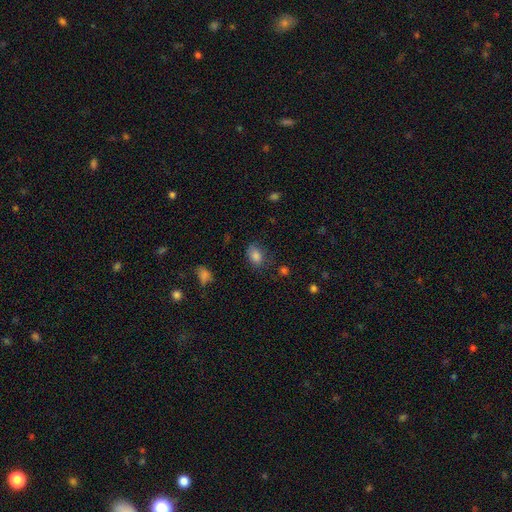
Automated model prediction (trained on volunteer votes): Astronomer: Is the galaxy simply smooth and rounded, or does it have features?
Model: smooth — 83%.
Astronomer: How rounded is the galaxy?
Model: in between — 78%.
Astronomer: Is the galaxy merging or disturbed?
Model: none — 71%.